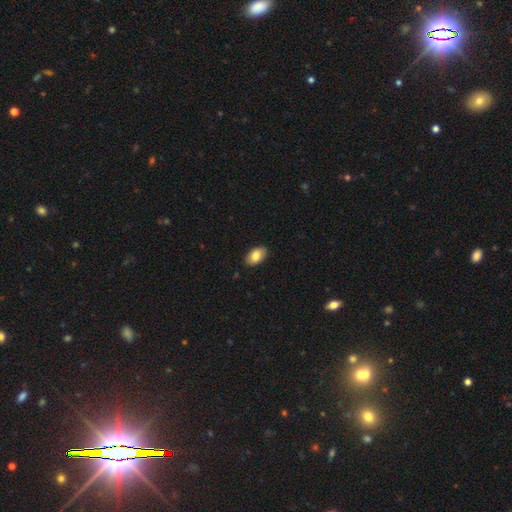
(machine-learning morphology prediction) Smooth or featured: smooth — 85% (featured or disk — 9%)
How rounded: in between — 93% (round — 5%)
Merging: none — 88% (minor disturbance — 10%)